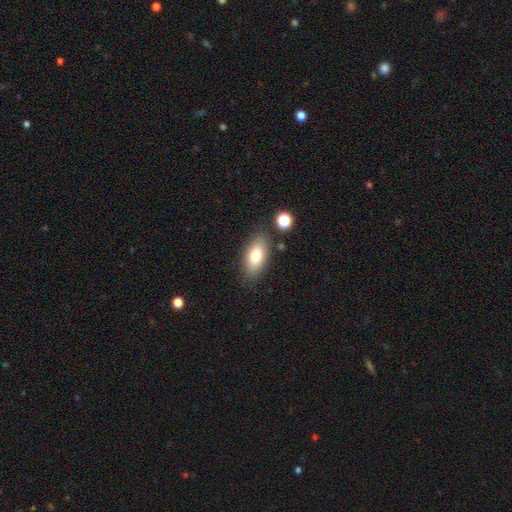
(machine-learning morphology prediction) Smooth or featured? smooth (77%)
How rounded? in between (87%)
Merging? none (81%)